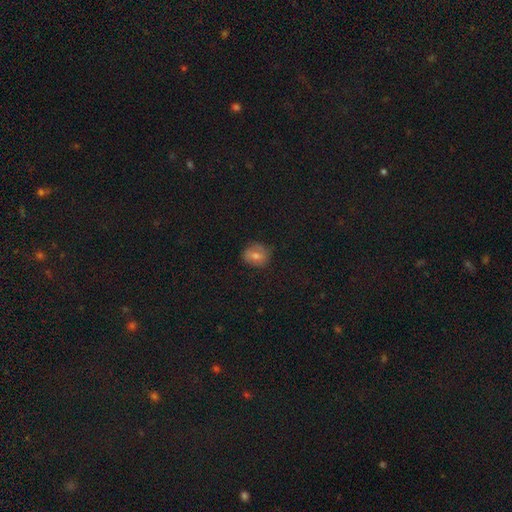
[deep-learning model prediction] This appears to be a smooth galaxy with no disk features (59%) that is round (69%). Merging: none (77%).